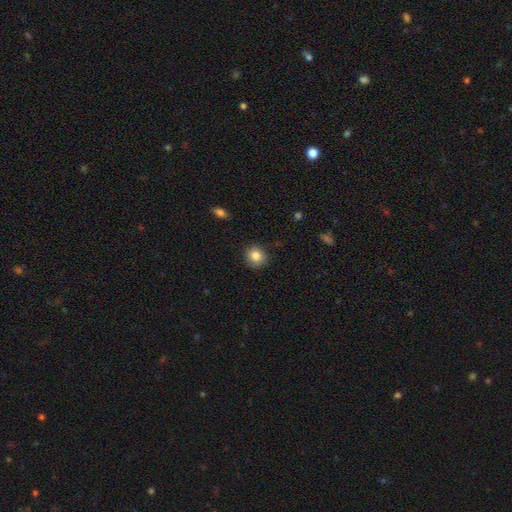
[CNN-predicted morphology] This appears to be a smooth galaxy with no disk features (84%) that is round (88%). Merging: none (87%).